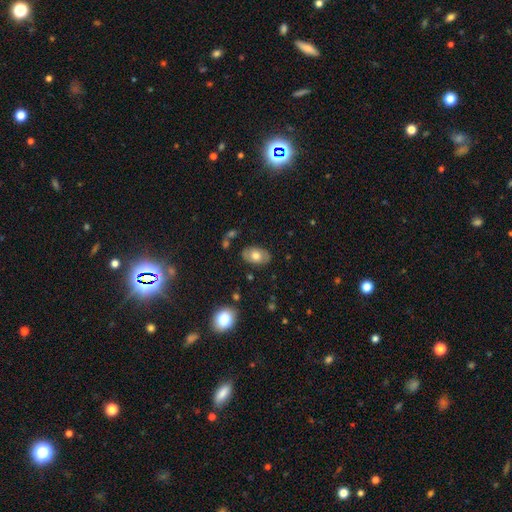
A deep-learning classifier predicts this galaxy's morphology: A smooth galaxy with no disk features (65%) that is in between round and cigar-shaped (89%).

Vote fractions:
- Smooth or featured? smooth: 65% / featured or disk: 27% / star or artifact: 8%
- How rounded? in between: 89% / round: 10% / cigar-shaped: 1%
- Merging? none: 82% / minor disturbance: 13% / major disturbance: 3% / merger: 2%